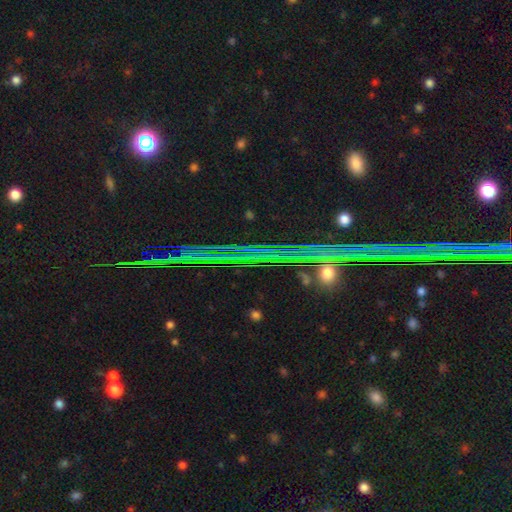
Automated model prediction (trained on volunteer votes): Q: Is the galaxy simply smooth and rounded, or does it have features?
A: star or artifact — 83%.